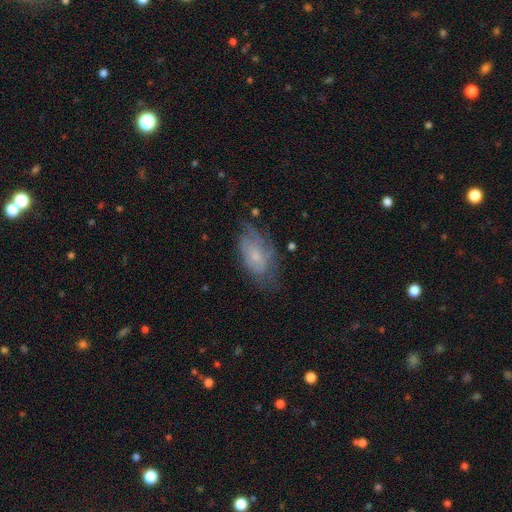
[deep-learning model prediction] Overall: featured or disk (48%; smooth 43%). Merging: none (51%; minor disturbance 29%).